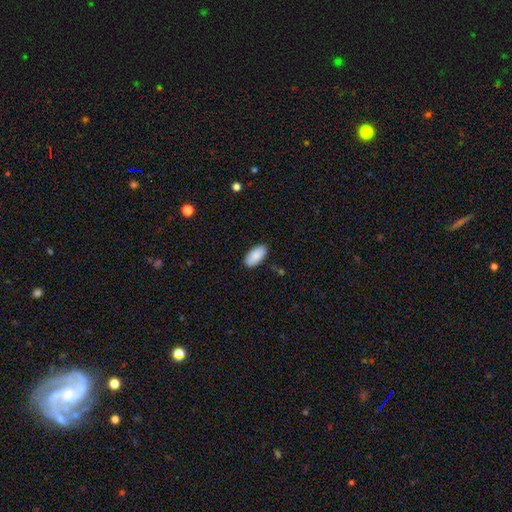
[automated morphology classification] type=smooth (89%); roundness=in between (94%); merging=none (89%).